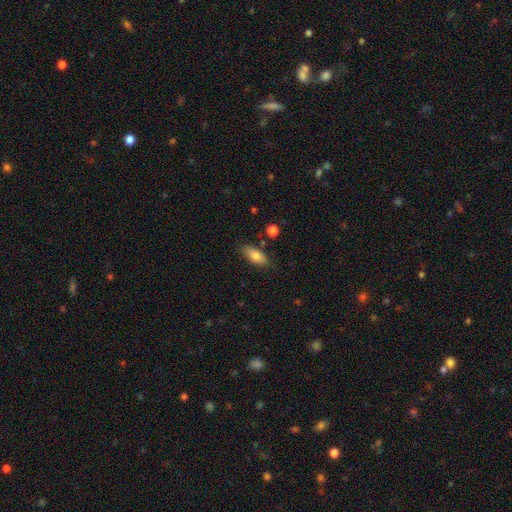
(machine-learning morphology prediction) type=smooth (81%); roundness=in between (82%); merging=none (81%).